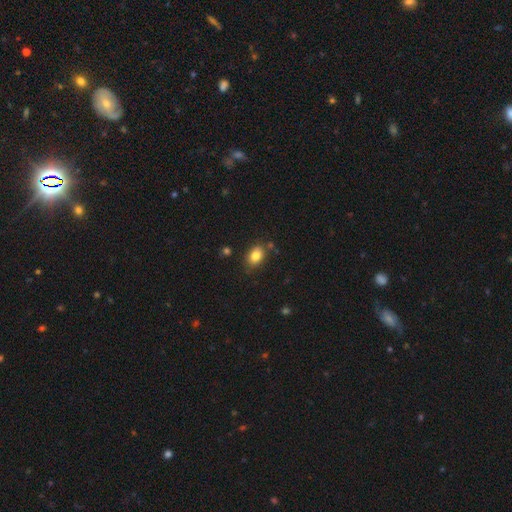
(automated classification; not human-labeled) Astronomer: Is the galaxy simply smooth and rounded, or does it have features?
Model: smooth — 83%.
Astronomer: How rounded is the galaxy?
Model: in between — 76%.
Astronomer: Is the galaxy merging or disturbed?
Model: none — 80%.